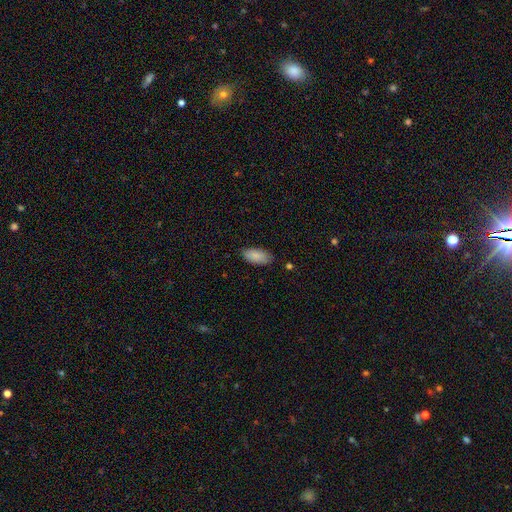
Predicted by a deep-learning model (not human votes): smooth 87%, featured or disk 7%, star or artifact 6%. Down the decision tree: how rounded — in between (91%); merging — none (79%).